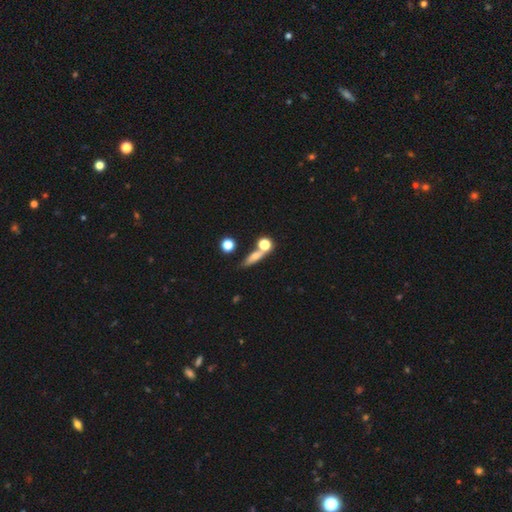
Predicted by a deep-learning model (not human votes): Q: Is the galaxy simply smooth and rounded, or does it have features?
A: smooth — 62%.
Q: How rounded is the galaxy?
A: cigar-shaped — 44%.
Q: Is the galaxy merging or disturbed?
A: none — 56%.